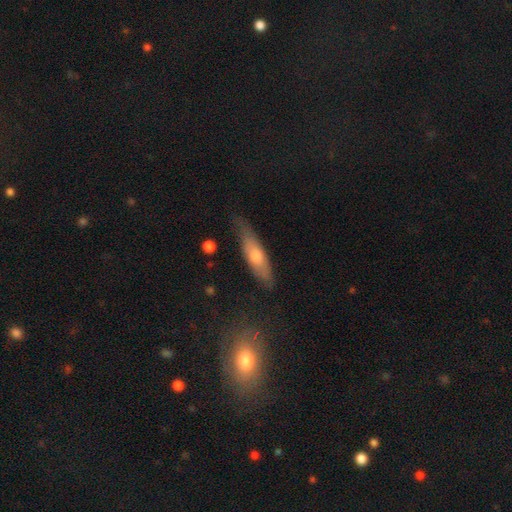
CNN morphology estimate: Overall: smooth (53%; featured or disk 40%). How rounded: cigar-shaped (66%; in between 32%). Merging: none (73%).